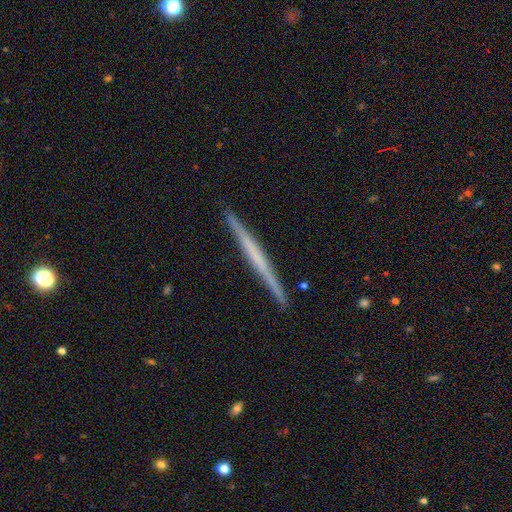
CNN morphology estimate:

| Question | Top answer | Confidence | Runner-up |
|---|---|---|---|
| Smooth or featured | featured or disk | 62% | smooth (33%) |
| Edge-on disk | yes | 98% | no (2%) |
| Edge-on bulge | none | 82% | rounded (11%) |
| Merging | none | 92% | minor disturbance (5%) |